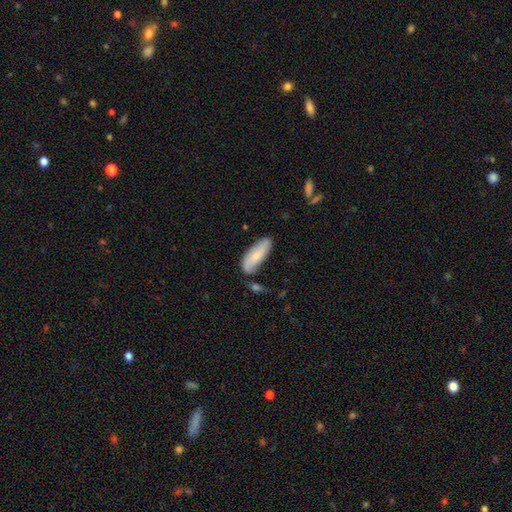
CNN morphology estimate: Overall: smooth (76%). How rounded: in between (65%; cigar-shaped 33%). Merging: none (67%).